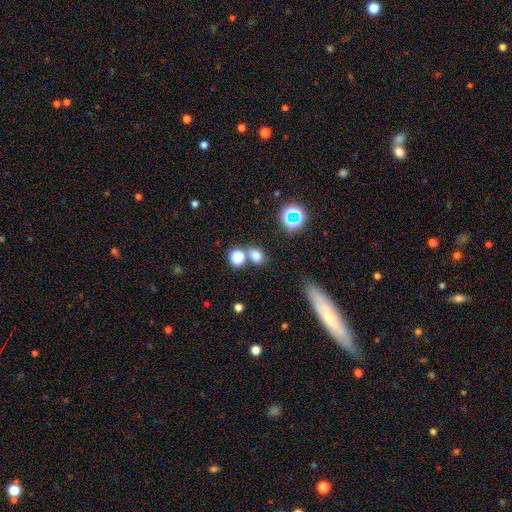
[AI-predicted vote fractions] Smooth or featured: smooth — 72% (star or artifact — 21%)
How rounded: in between — 50% (round — 49%)
Merging: none — 67% (merger — 18%)